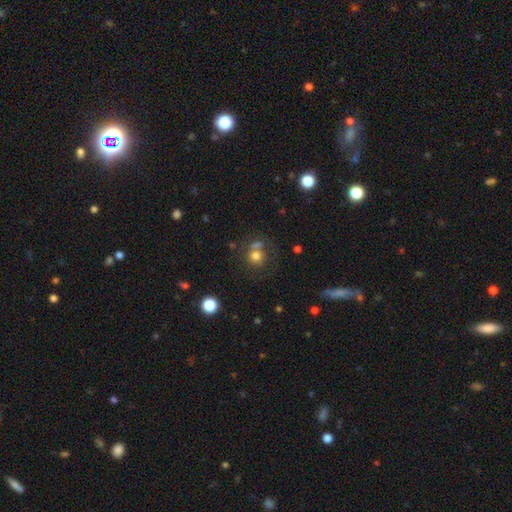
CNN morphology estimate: Smooth or featured?
  - smooth: 74% *
  - star or artifact: 15%
  - featured or disk: 11%
How rounded?
  - round: 86% *
  - in between: 13%
  - cigar-shaped: 1%
Merging?
  - none: 56% *
  - merger: 25%
  - minor disturbance: 12%
  - major disturbance: 7%